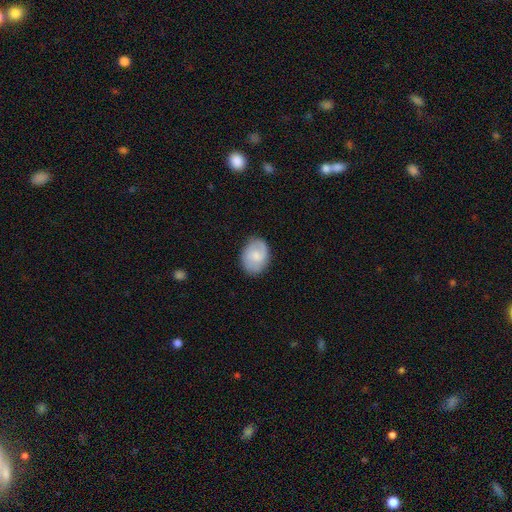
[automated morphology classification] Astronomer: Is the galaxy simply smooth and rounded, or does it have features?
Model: smooth — 57% (runner-up: featured or disk, 36%).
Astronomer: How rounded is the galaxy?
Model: in between — 63%.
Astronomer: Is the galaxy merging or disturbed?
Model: none — 80%.